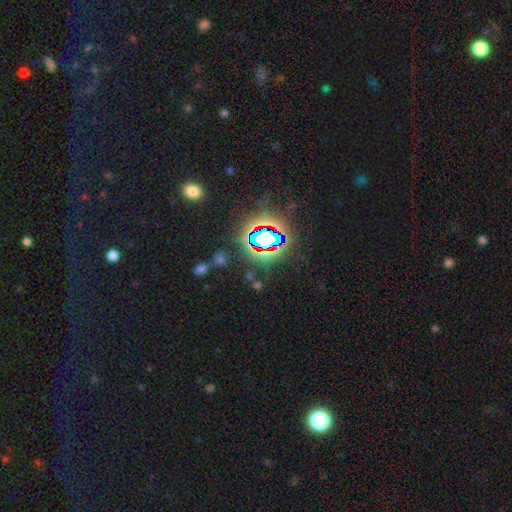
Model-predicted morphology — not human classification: Overall: star or artifact (83%).